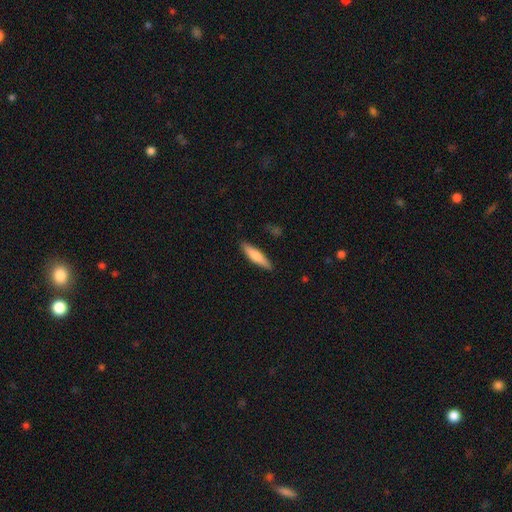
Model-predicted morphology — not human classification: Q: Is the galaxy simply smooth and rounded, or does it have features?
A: smooth — 70%.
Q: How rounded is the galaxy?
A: cigar-shaped — 80%.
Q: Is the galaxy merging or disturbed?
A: none — 88%.